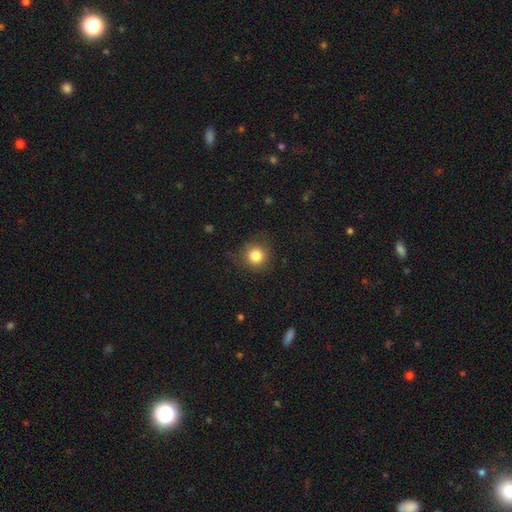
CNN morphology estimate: Smooth or featured? Predicted: smooth (p=0.82). How rounded? Predicted: round (p=0.92). Merging? Predicted: none (p=0.81).